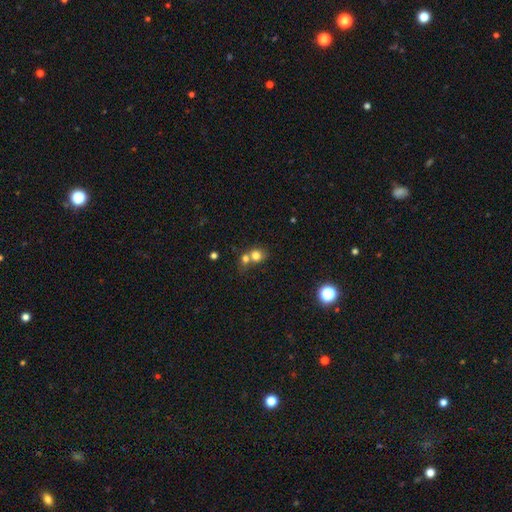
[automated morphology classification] Overall: smooth (76%). How rounded: round (73%). Merging: merger (54%; none 35%).